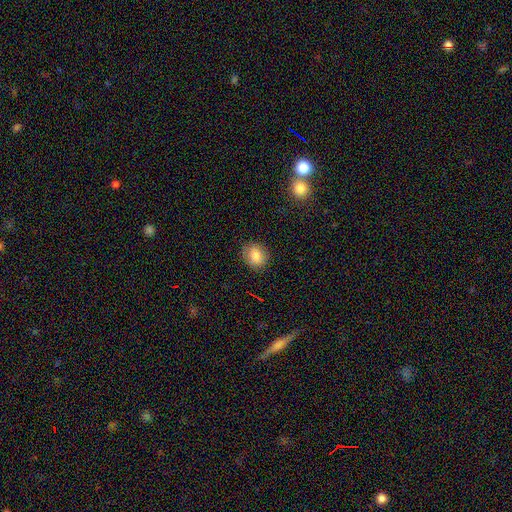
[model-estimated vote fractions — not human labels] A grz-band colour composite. It shows a smooth galaxy with no disk features (83%) that is round (69%). Merging: none (86%).